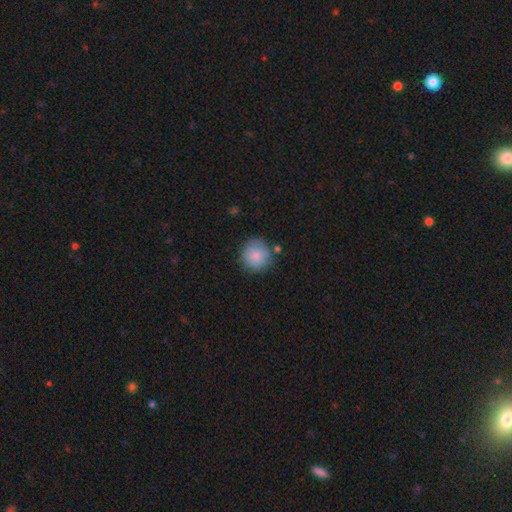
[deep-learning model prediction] This appears to be a smooth galaxy with no disk features (83%) that is round (93%). Merging: none (76%).